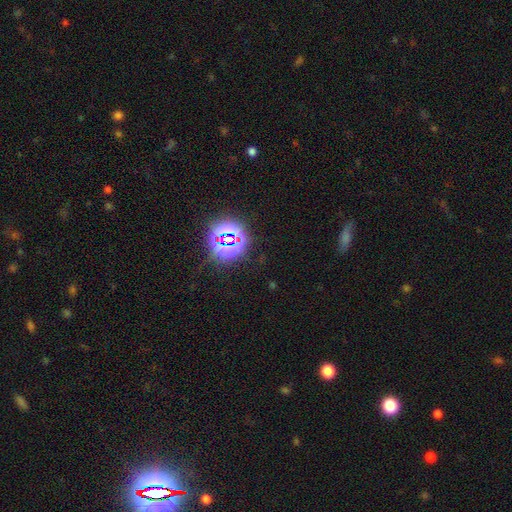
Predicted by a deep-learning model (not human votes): smooth_or_featured: star or artifact (p=0.77) [alt: smooth p=0.15]